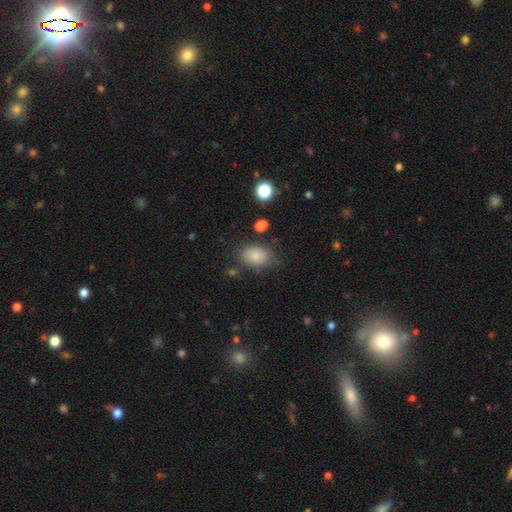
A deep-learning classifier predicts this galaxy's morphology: A smooth galaxy with no disk features (83%) that is in between round and cigar-shaped (82%). Merging: none (73%).